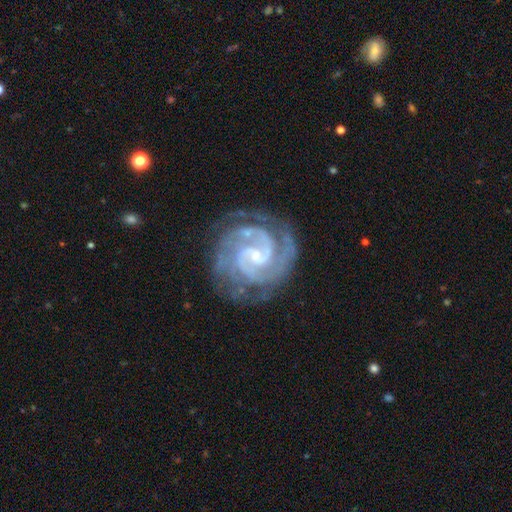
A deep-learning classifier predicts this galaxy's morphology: Smooth or featured: featured or disk — 93% (star or artifact — 4%)
Edge-on disk: no — 98% (yes — 2%)
Bar: weak — 47% (no — 37%)
Spiral arms: yes — 99% (no — 1%)
Spiral winding: tight — 66% (medium — 31%)
Spiral arm count: 2 — 61% (3 — 20%)
Bulge size: small — 74% (moderate — 17%)
Merging: none — 76% (minor disturbance — 16%)